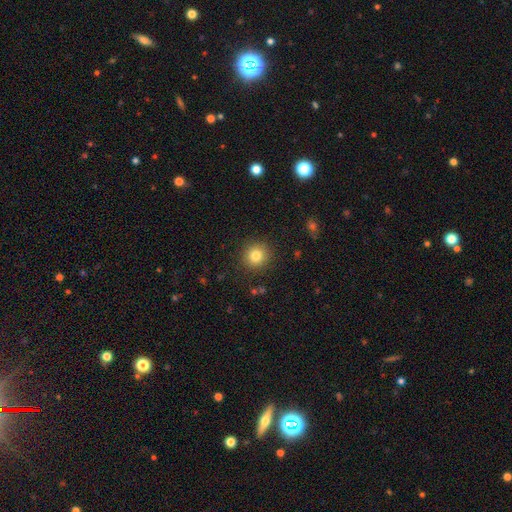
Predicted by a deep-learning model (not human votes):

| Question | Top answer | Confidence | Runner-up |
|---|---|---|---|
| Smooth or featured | smooth | 81% | star or artifact (11%) |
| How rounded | round | 92% | in between (7%) |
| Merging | none | 90% | minor disturbance (7%) |